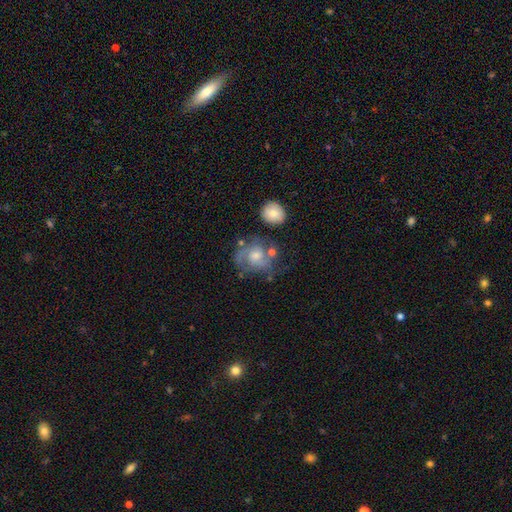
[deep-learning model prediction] Morphology: type=featured or disk (68%); edge-on=no (97%); bar=no (70%); spiral arms=yes (85%); winding=medium (43%); arm count=2 (50%); bulge=moderate (58%); merging=none (54%).